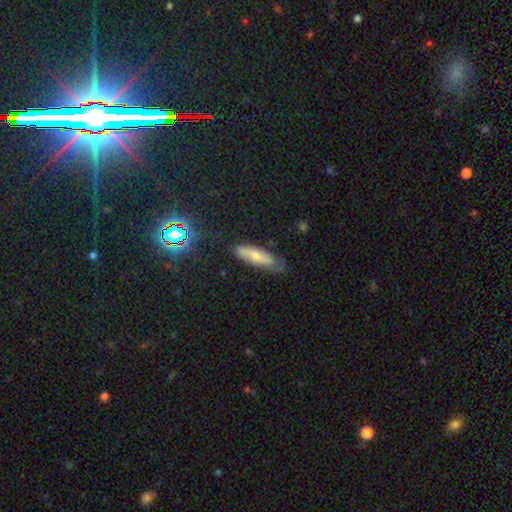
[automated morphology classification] smooth 59%, featured or disk 31%, star or artifact 10%. Down the decision tree: how rounded — in between (49%, tied with cigar-shaped); merging — none (65%).